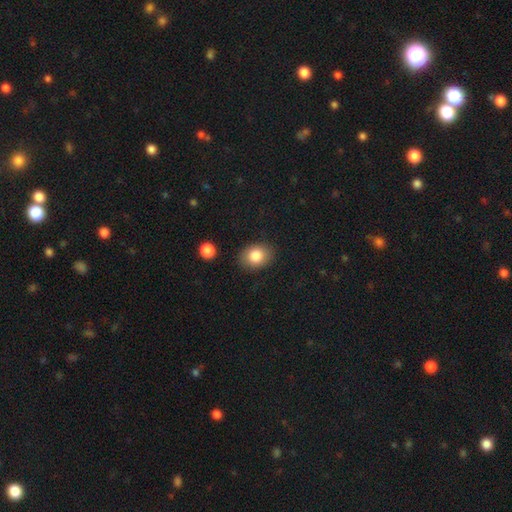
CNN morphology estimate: This appears to be a smooth galaxy with no disk features (83%) that is in between round and cigar-shaped (54%). Merging: none (85%).